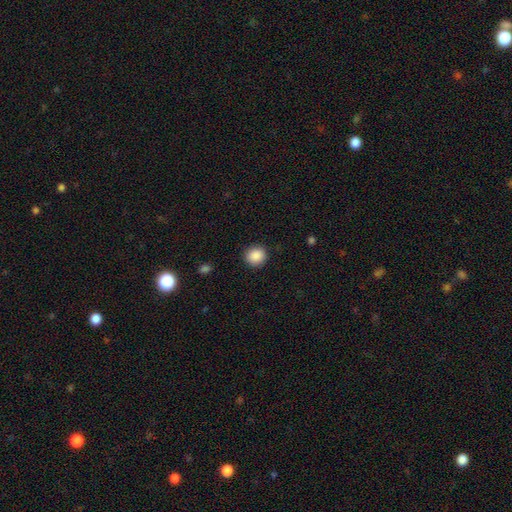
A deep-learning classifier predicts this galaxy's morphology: smooth 89%, star or artifact 9%, featured or disk 3%. Down the decision tree: how rounded — round (90%); merging — none (90%).